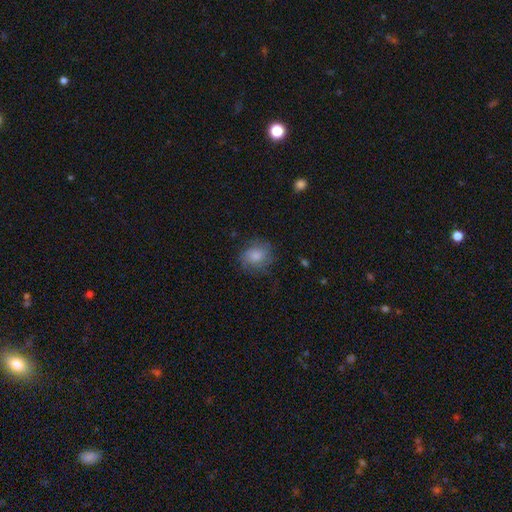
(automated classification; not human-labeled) Morphology: type=smooth (72%); roundness=round (68%); merging=none (68%).